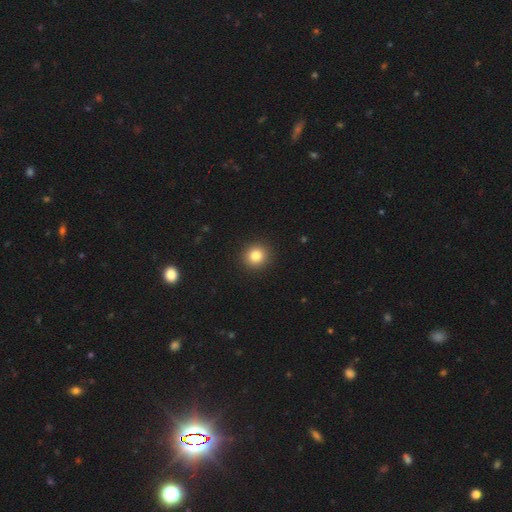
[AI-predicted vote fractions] Smooth or featured? smooth (83%)
How rounded? round (91%)
Merging? none (92%)